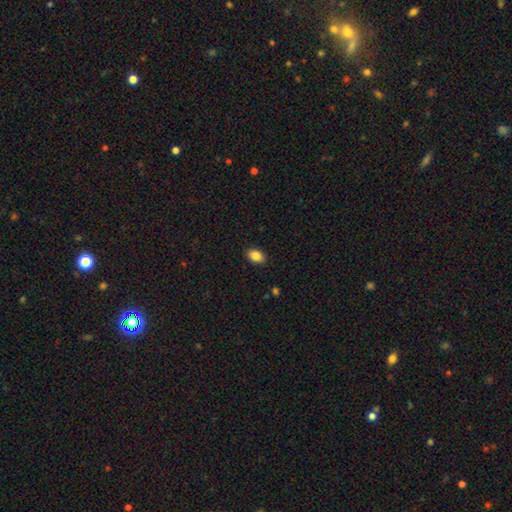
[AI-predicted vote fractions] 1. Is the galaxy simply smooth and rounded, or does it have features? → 87% smooth, 8% star or artifact, 5% featured or disk.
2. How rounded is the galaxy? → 84% in between, 15% round, 1% cigar-shaped.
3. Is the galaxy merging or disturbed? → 89% none, 8% minor disturbance, 2% major disturbance, 1% merger.